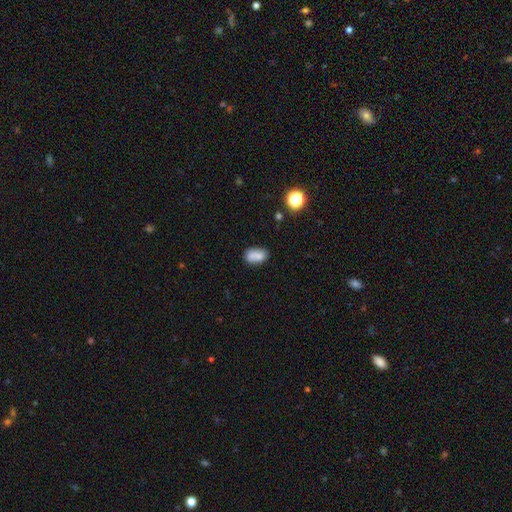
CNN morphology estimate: Overall: smooth (77%). How rounded: in between (85%). Merging: none (54%; merger 22%).